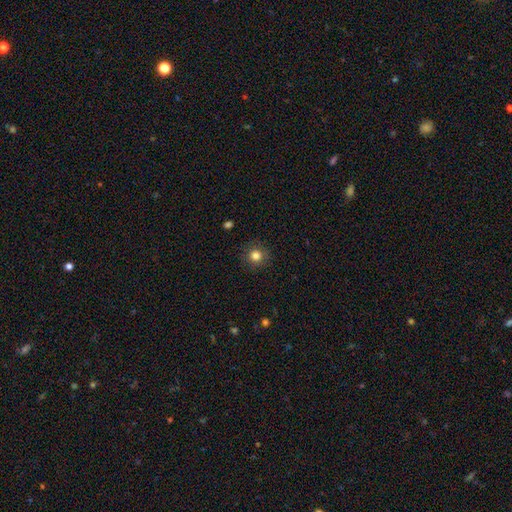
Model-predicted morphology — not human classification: smooth-or-featured: smooth: 82% | star or artifact: 12% | featured or disk: 6%
  how-rounded: round: 93% | in between: 6% | cigar-shaped: 1%
  merging: none: 89% | minor disturbance: 7% | major disturbance: 2% | merger: 1%